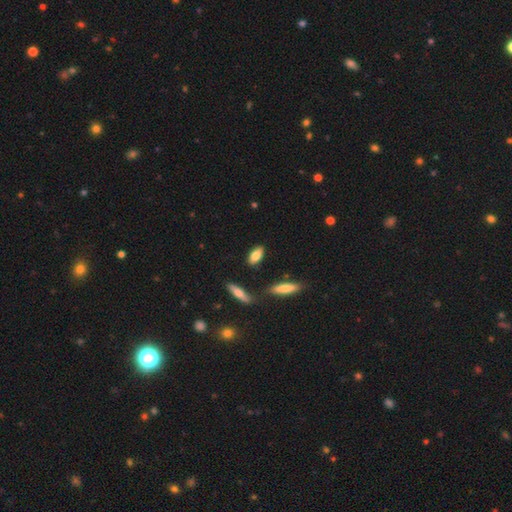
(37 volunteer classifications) Smooth or featured: smooth — 86% (featured or disk — 11%)
How rounded: in between — 72% (cigar-shaped — 28%)
Merging: none — 81% (minor disturbance — 14%)